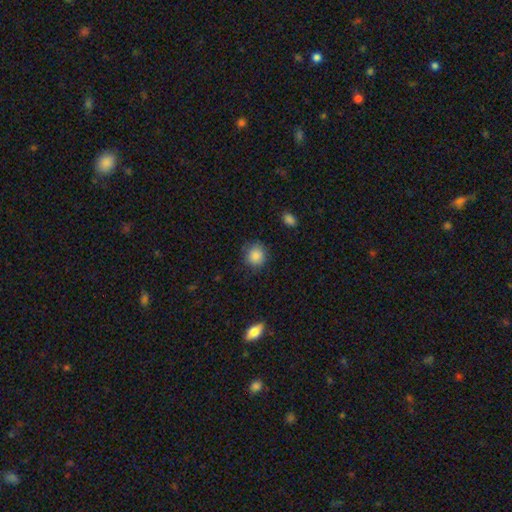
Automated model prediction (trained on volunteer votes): smooth-or-featured: smooth: 87% | star or artifact: 9% | featured or disk: 4%
  how-rounded: round: 88% | in between: 11% | cigar-shaped: 1%
  merging: none: 85% | minor disturbance: 11% | major disturbance: 3% | merger: 1%